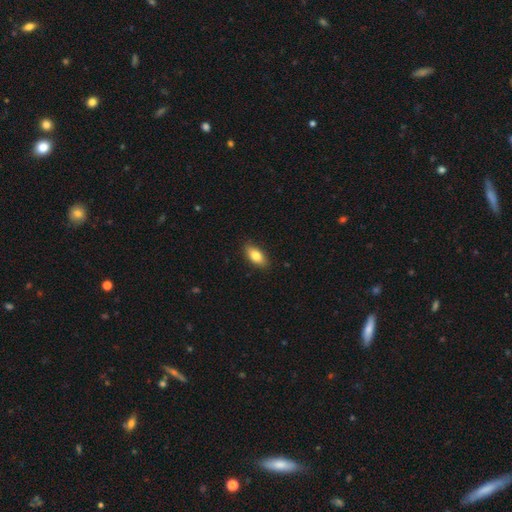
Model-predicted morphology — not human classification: smooth 81%, featured or disk 12%, star or artifact 7%. Down the decision tree: how rounded — in between (89%); merging — none (86%).